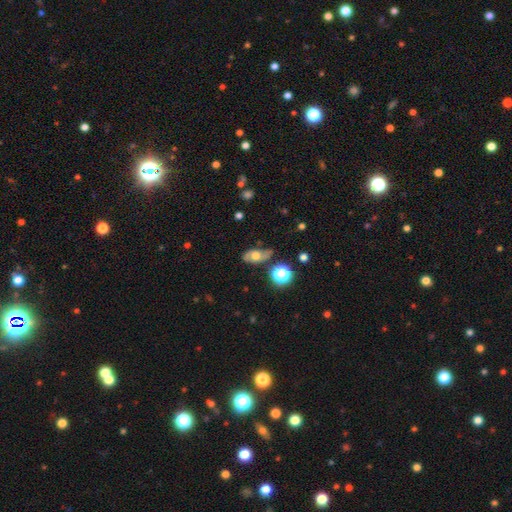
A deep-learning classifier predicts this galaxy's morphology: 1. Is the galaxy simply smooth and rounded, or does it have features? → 46% smooth, 43% featured or disk, 11% star or artifact.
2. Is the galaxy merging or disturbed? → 64% none, 25% minor disturbance, 8% major disturbance, 4% merger.